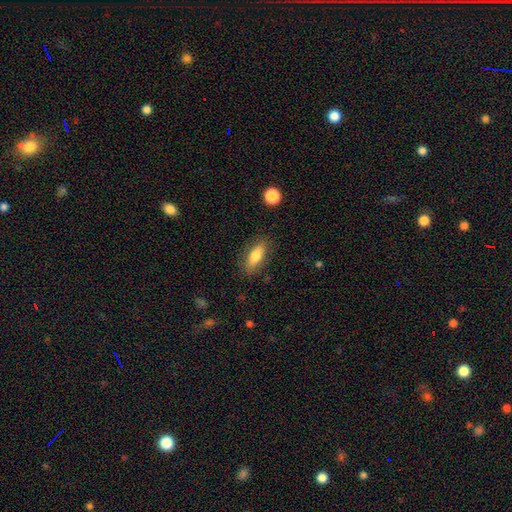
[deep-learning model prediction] smooth_or_featured: smooth (p=0.74) [alt: featured or disk p=0.19]
how_rounded: in between (p=0.74) [alt: cigar-shaped p=0.23]
merging: none (p=0.84) [alt: minor disturbance p=0.12]